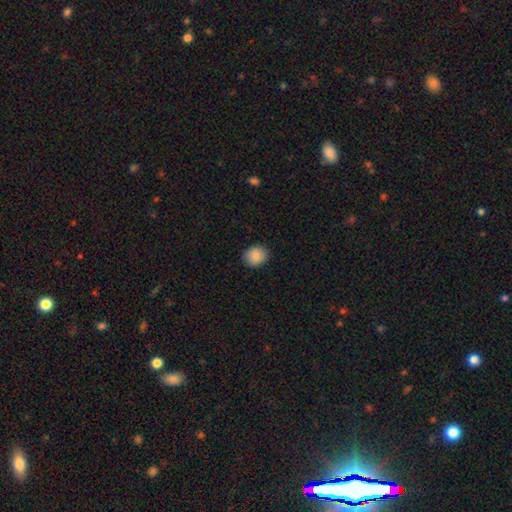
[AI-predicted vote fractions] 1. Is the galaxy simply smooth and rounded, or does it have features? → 87% smooth, 8% star or artifact, 5% featured or disk.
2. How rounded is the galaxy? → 67% round, 32% in between, 1% cigar-shaped.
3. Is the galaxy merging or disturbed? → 87% none, 10% minor disturbance, 2% major disturbance, 1% merger.